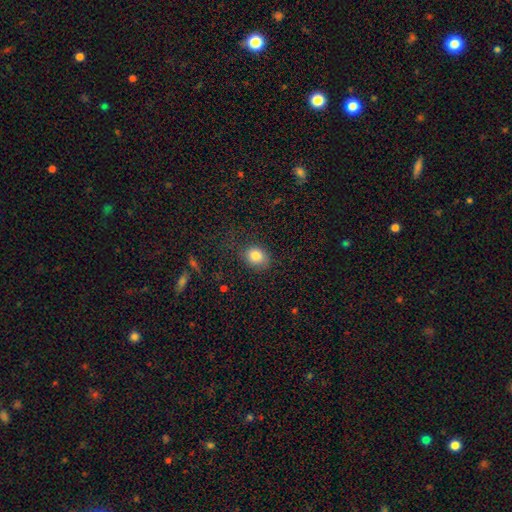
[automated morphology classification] Overall: smooth (83%). How rounded: round (51%; in between 48%). Merging: none (72%).